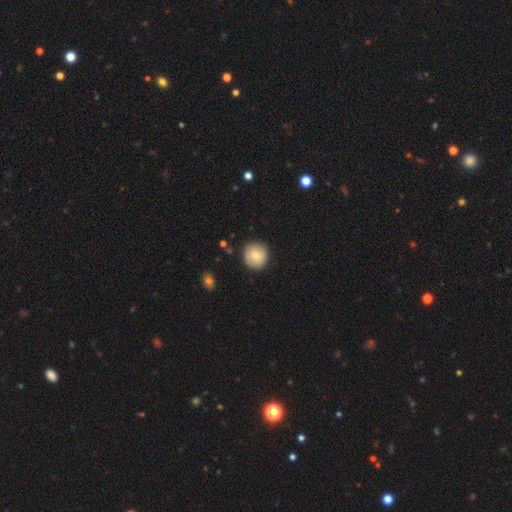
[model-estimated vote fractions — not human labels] Smooth or featured? smooth (77%)
How rounded? round (93%)
Merging? none (87%)